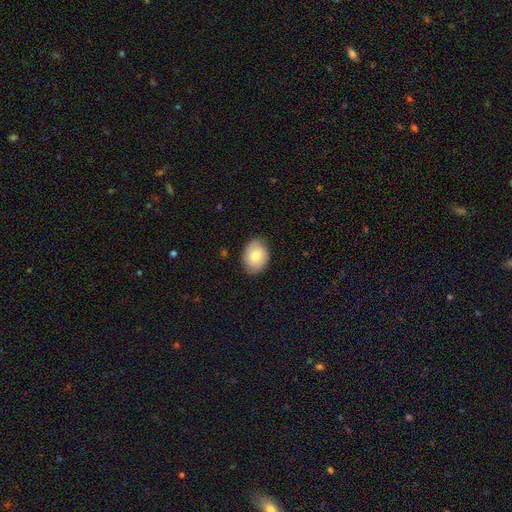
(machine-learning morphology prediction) type=smooth (73%); roundness=in between (65%); merging=none (83%).